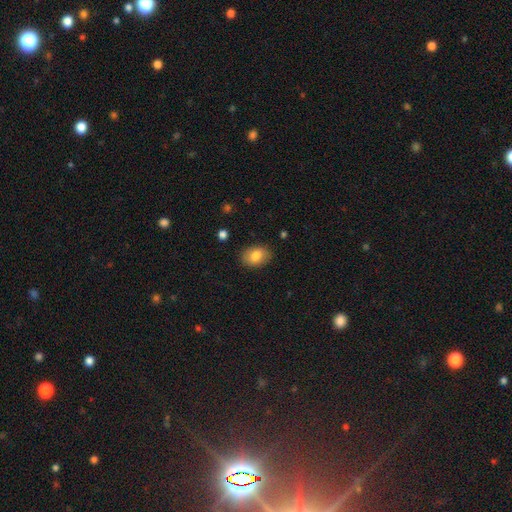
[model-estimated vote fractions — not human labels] Overall: smooth (83%). How rounded: in between (78%). Merging: none (86%).